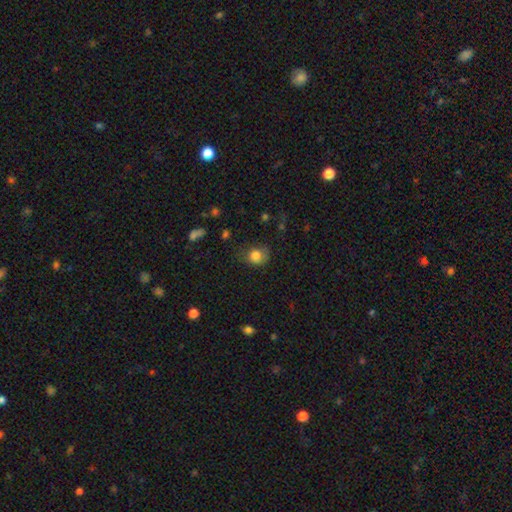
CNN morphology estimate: Smooth or featured? Predicted: smooth (p=0.82). How rounded? Predicted: round (p=0.66). Merging? Predicted: none (p=0.59).